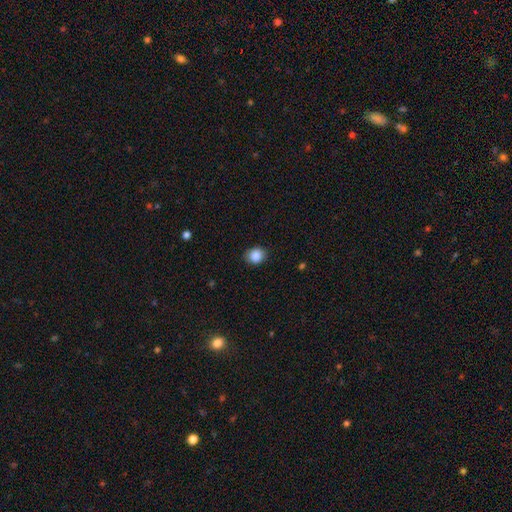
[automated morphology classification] The model was most divided on "how rounded": round: 67%, in between: 32%, cigar-shaped: 1%. More confident: smooth or featured — smooth (88%); merging — none (86%).